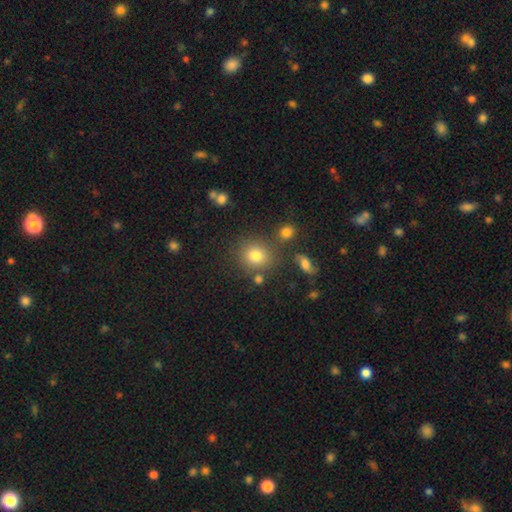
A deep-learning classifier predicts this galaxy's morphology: smooth_or_featured: smooth (p=0.78) [alt: star or artifact p=0.14]
how_rounded: round (p=0.80) [alt: in between p=0.19]
merging: none (p=0.77) [alt: minor disturbance p=0.11]